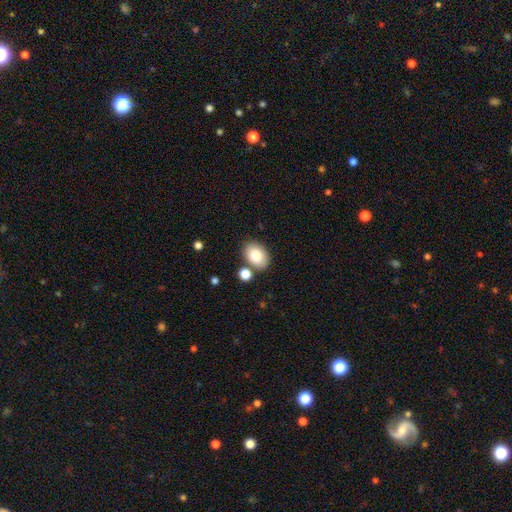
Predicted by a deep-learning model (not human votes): Q: Smooth or featured?
A: smooth (83%); runner-up: featured or disk (9%)
Q: How rounded?
A: in between (80%); runner-up: round (19%)
Q: Merging?
A: none (77%); runner-up: minor disturbance (11%)